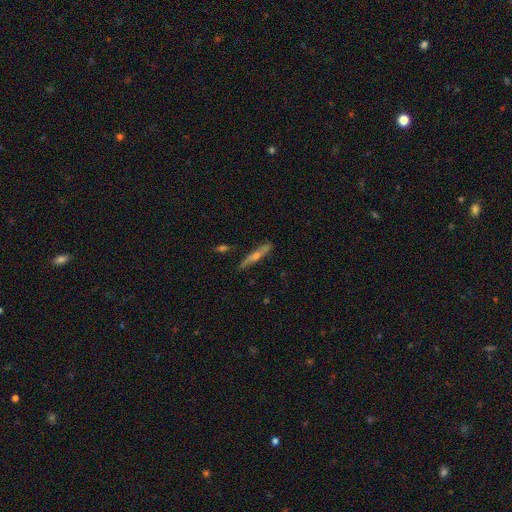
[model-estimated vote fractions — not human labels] Smooth or featured? Predicted: featured or disk (p=0.62). Edge-on disk? Predicted: yes (p=0.93). Edge-on bulge? Predicted: rounded (p=0.81). Merging? Predicted: none (p=0.83).